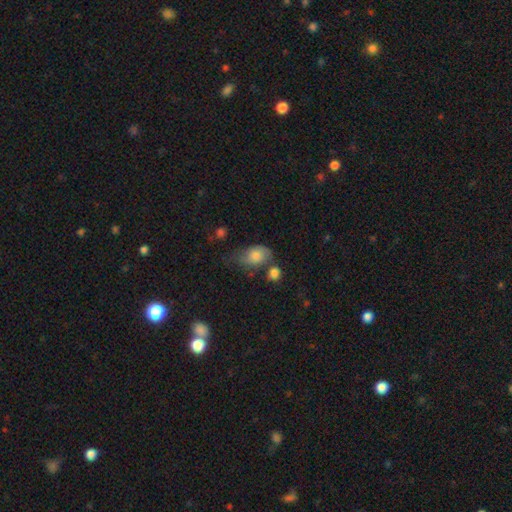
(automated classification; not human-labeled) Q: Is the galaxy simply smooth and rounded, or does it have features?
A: smooth — 71%.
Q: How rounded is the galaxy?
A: in between — 79%.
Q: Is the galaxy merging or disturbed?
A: none — 38%.